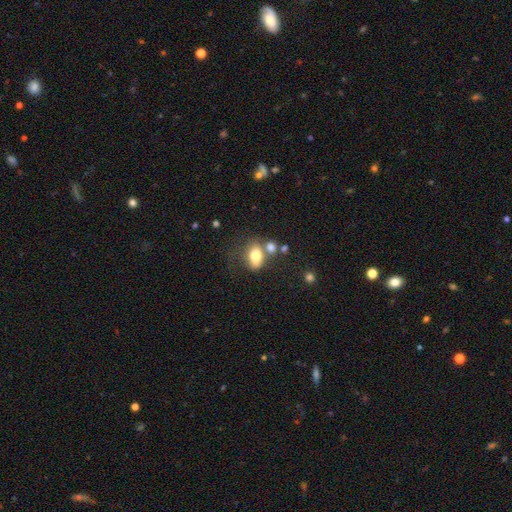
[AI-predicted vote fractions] smooth-or-featured: smooth: 75% | featured or disk: 16% | star or artifact: 9%
  how-rounded: in between: 80% | round: 18% | cigar-shaped: 2%
  merging: none: 43% | merger: 29% | minor disturbance: 18% | major disturbance: 10%